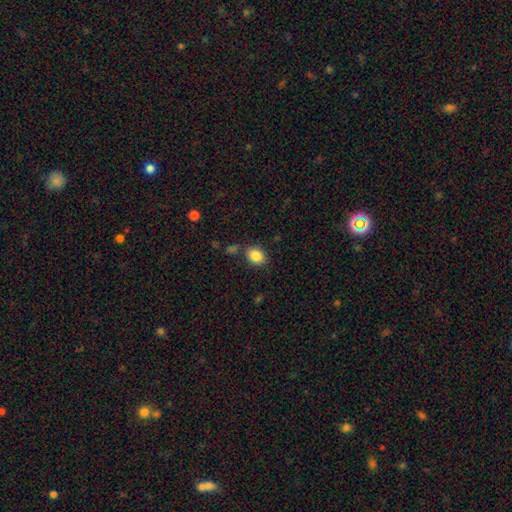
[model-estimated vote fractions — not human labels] Smooth or featured?
  - smooth: 86% *
  - star or artifact: 9%
  - featured or disk: 5%
How rounded?
  - in between: 60% *
  - round: 39%
  - cigar-shaped: 1%
Merging?
  - none: 80% *
  - minor disturbance: 12%
  - merger: 6%
  - major disturbance: 3%